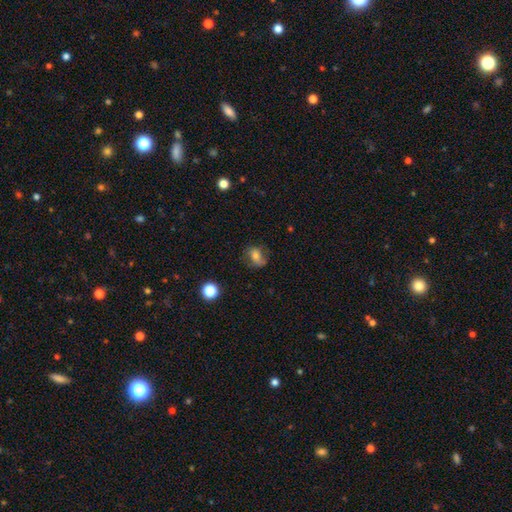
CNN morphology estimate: Smooth or featured? Predicted: smooth (p=0.62). How rounded? Predicted: in between (p=0.60). Merging? Predicted: none (p=0.61).